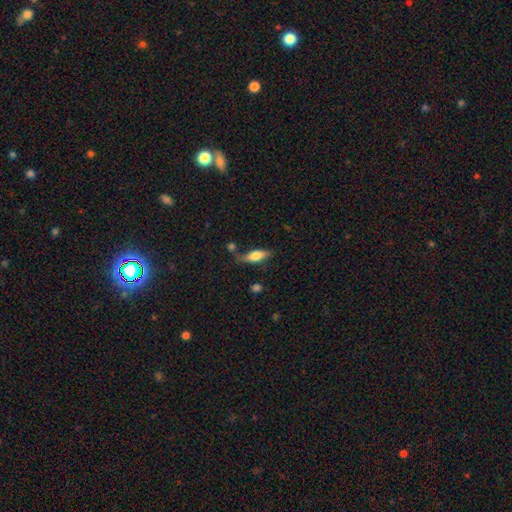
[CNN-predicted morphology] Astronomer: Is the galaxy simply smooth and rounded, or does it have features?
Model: smooth — 66%.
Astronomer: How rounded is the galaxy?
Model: in between — 62%.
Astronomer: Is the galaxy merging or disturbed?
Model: none — 61%.